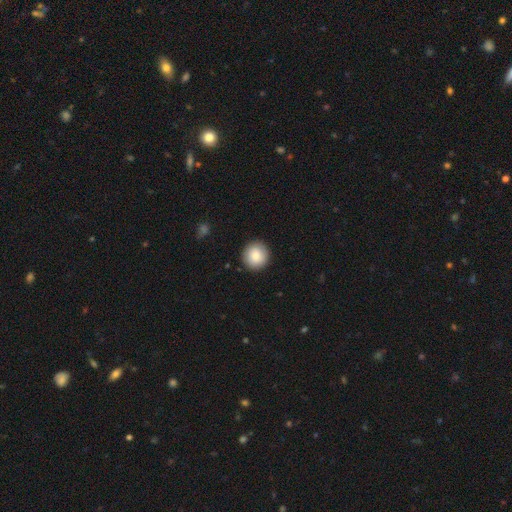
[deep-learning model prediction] This is clearly a smooth galaxy (84%). How rounded: clearly round (94%). Merging: clearly none (91%).